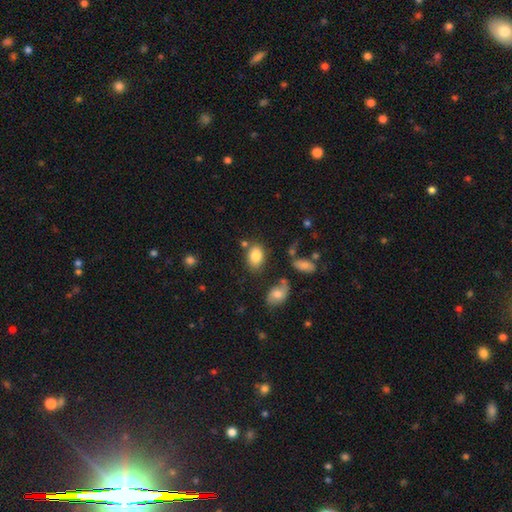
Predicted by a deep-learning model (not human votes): smooth 83%, star or artifact 9%, featured or disk 9%. Down the decision tree: how rounded — in between (82%); merging — none (70%).